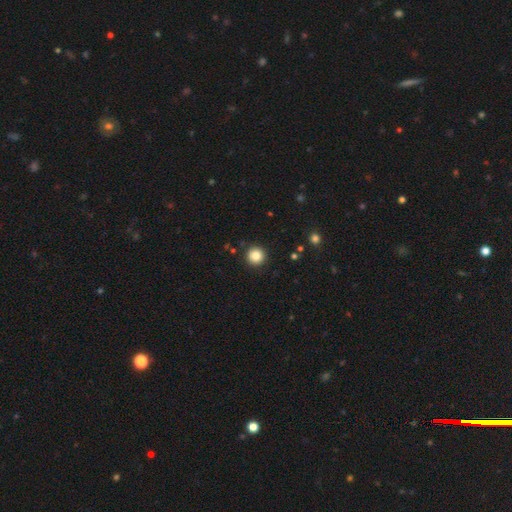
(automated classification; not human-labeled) A smooth galaxy with no disk features (84%) that is round (96%). Merging: none (92%).